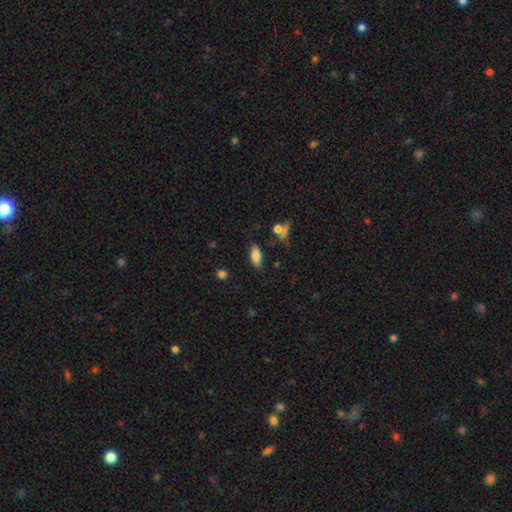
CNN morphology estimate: Smooth or featured? Predicted: smooth (p=0.78). How rounded? Predicted: in between (p=0.78). Merging? Predicted: none (p=0.78).